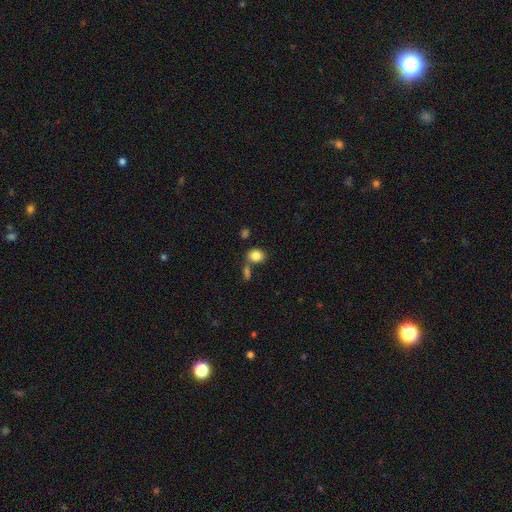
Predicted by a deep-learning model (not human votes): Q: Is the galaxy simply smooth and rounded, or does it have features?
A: smooth — 85%.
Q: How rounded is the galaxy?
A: in between — 57%.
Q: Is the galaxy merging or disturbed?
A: none — 57%.